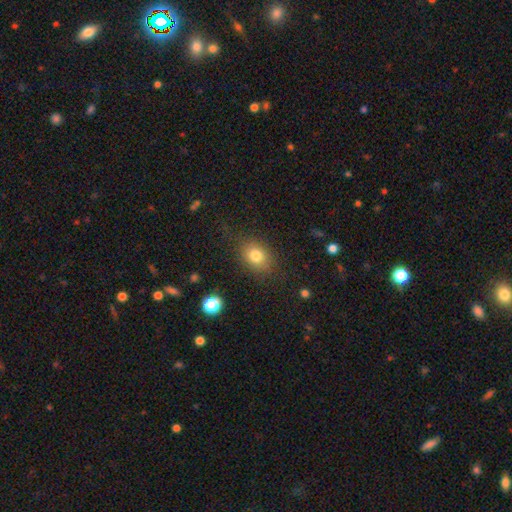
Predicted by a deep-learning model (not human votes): Smooth or featured?
  - smooth: 79% *
  - star or artifact: 12%
  - featured or disk: 10%
How rounded?
  - in between: 57% *
  - round: 42%
  - cigar-shaped: 1%
Merging?
  - none: 79% *
  - minor disturbance: 13%
  - major disturbance: 6%
  - merger: 2%